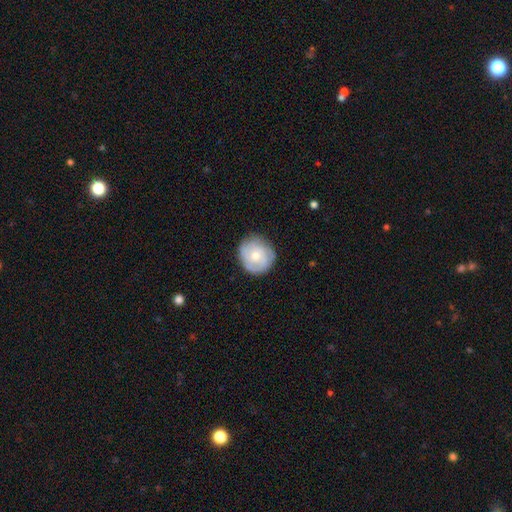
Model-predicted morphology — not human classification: Q: Smooth or featured?
A: featured or disk (57%); runner-up: smooth (37%)
Q: Edge-on disk?
A: no (98%); runner-up: yes (2%)
Q: Bar?
A: no (79%); runner-up: weak (19%)
Q: Spiral arms?
A: yes (84%); runner-up: no (16%)
Q: Bulge size?
A: moderate (55%); runner-up: small (40%)
Q: Merging?
A: none (79%); runner-up: minor disturbance (16%)